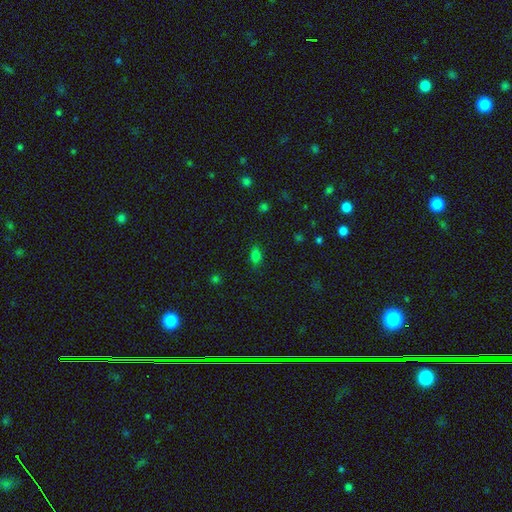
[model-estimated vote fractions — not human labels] smooth 76%, star or artifact 19%, featured or disk 5%. Down the decision tree: how rounded — in between (83%); merging — none (79%).